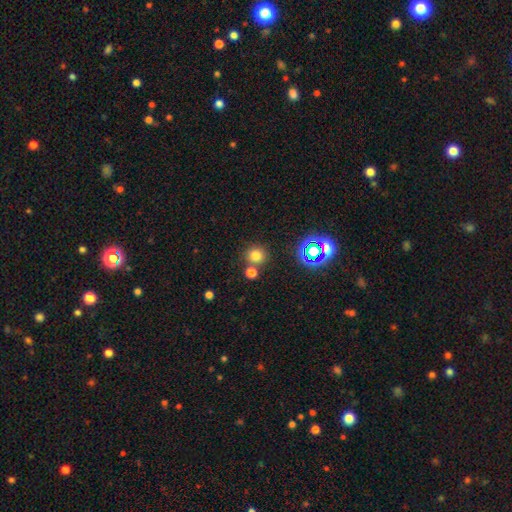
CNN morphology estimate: Smooth or featured?
  - smooth: 74% *
  - star or artifact: 20%
  - featured or disk: 6%
How rounded?
  - round: 91% *
  - in between: 8%
  - cigar-shaped: 1%
Merging?
  - none: 74% *
  - merger: 16%
  - minor disturbance: 7%
  - major disturbance: 3%